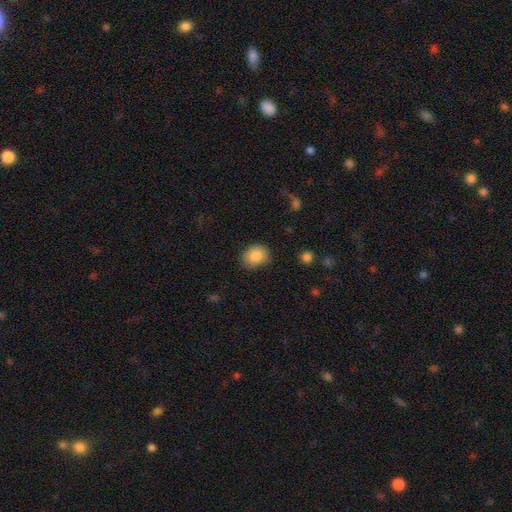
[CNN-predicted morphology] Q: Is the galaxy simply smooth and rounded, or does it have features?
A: smooth — 86%.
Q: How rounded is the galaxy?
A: round — 56%.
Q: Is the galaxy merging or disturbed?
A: none — 75%.